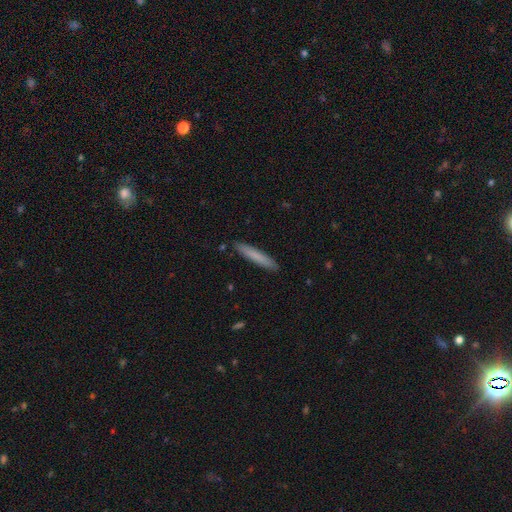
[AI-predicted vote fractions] This is likely a smooth galaxy (78%). How rounded: clearly cigar-shaped (95%). Merging: clearly none (90%).